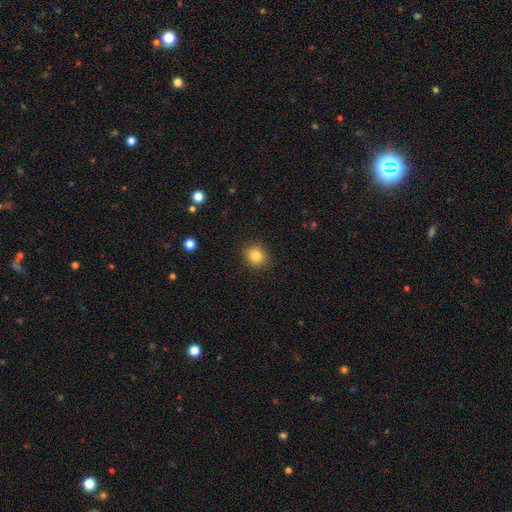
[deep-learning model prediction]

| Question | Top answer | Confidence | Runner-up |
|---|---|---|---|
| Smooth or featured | smooth | 84% | star or artifact (11%) |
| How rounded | round | 80% | in between (19%) |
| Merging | none | 90% | minor disturbance (7%) |